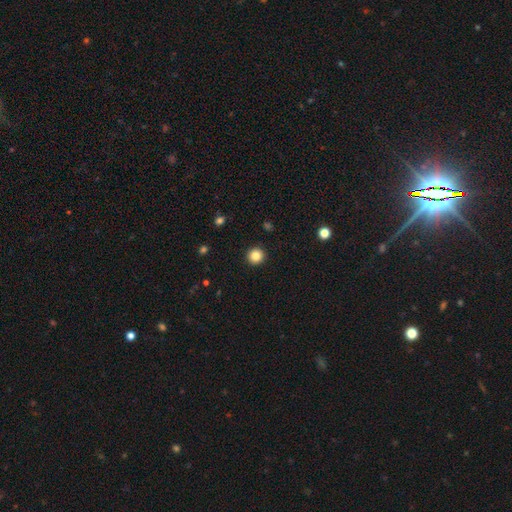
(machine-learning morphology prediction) smooth-or-featured: smooth: 85% | star or artifact: 11% | featured or disk: 5%
  how-rounded: round: 95% | in between: 4% | cigar-shaped: 1%
  merging: none: 93% | minor disturbance: 4% | major disturbance: 1% | merger: 1%